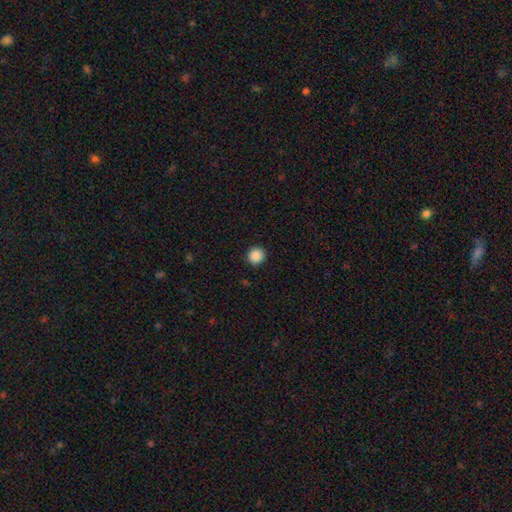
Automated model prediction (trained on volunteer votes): Smooth or featured: smooth — 88% (star or artifact — 9%)
How rounded: round — 94% (in between — 5%)
Merging: none — 93% (minor disturbance — 5%)